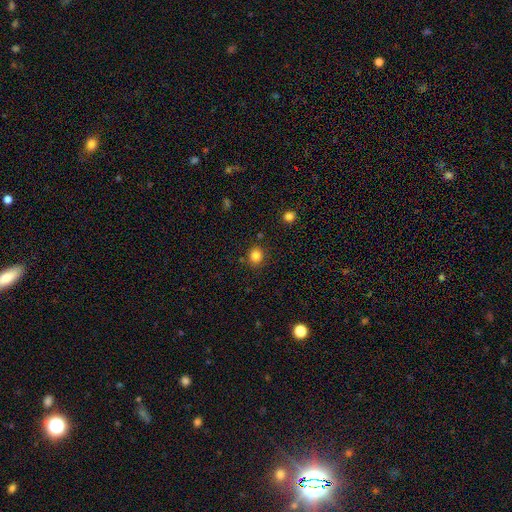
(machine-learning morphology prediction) Overall: smooth (84%). How rounded: round (78%). Merging: none (85%).